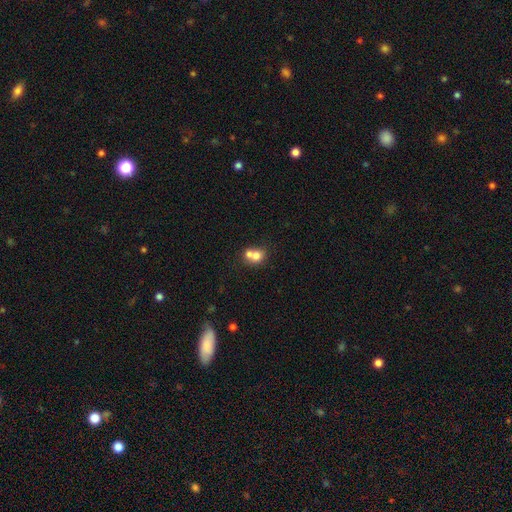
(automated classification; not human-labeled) This is likely a smooth galaxy (71%). How rounded: likely round (67%). Merging: likely merger (62%).